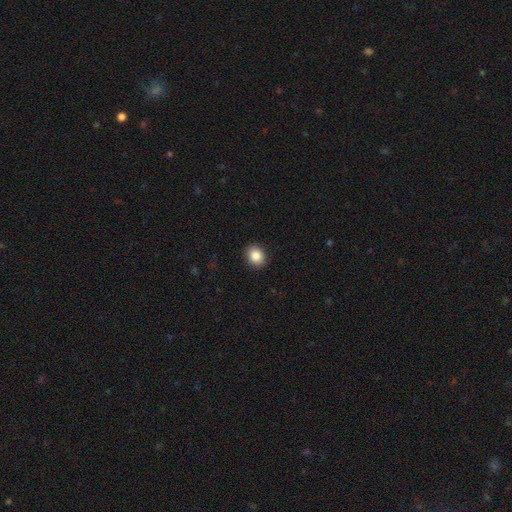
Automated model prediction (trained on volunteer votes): Overall: smooth (86%). How rounded: round (62%; in between 37%). Merging: none (91%).